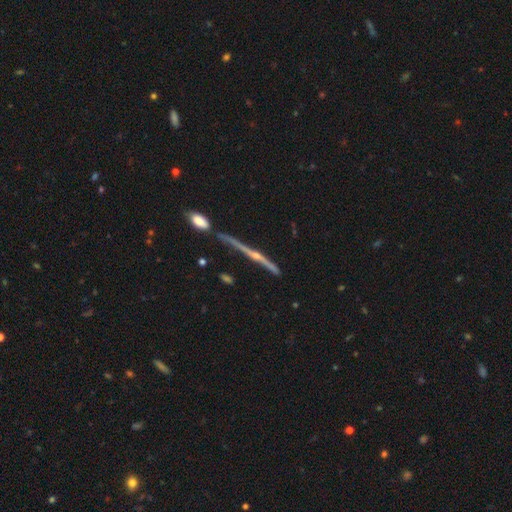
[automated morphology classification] smooth-or-featured: featured or disk: 84% | smooth: 9% | star or artifact: 7%
  disk-edge-on: yes: 97% | no: 3%
    edge-on-bulge: rounded: 81% | none: 13% | boxy: 5%
  merging: none: 76% | minor disturbance: 13% | merger: 8% | major disturbance: 4%